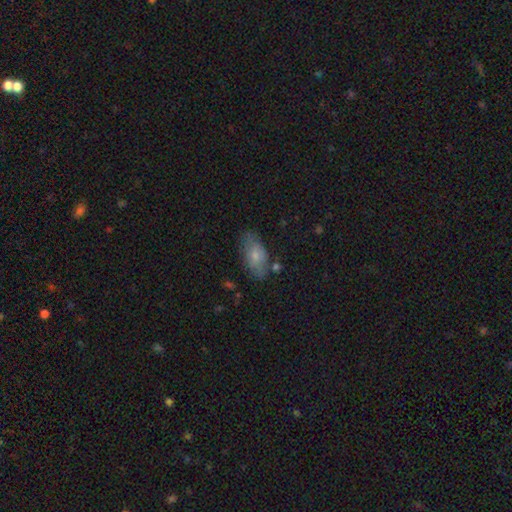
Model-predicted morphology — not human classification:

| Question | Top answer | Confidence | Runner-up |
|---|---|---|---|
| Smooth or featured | smooth | 72% | featured or disk (21%) |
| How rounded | in between | 90% | cigar-shaped (6%) |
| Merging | none | 66% | minor disturbance (23%) |